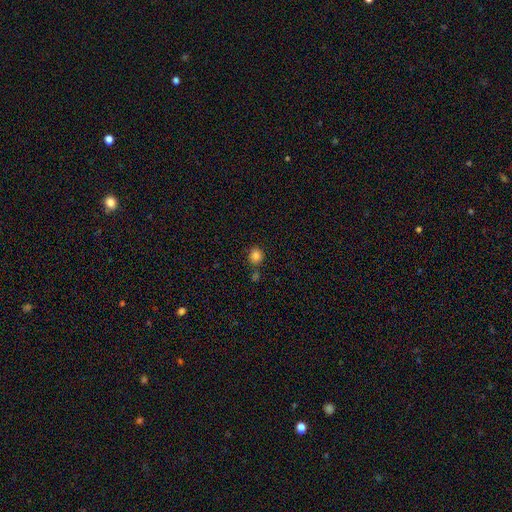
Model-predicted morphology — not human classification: Overall: smooth (84%). How rounded: round (86%). Merging: none (77%).